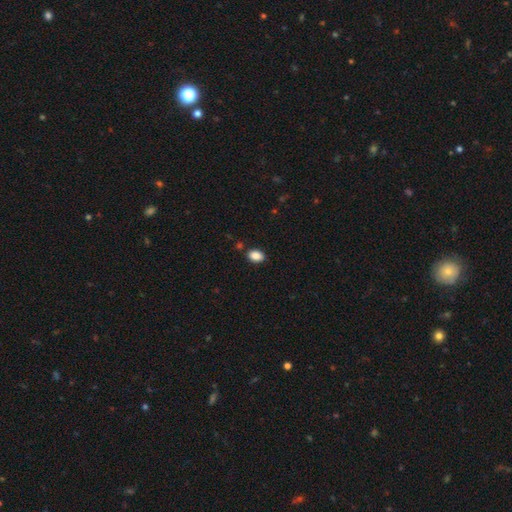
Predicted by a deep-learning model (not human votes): This is clearly a smooth galaxy (88%). How rounded: clearly in between (84%). Merging: clearly none (85%).